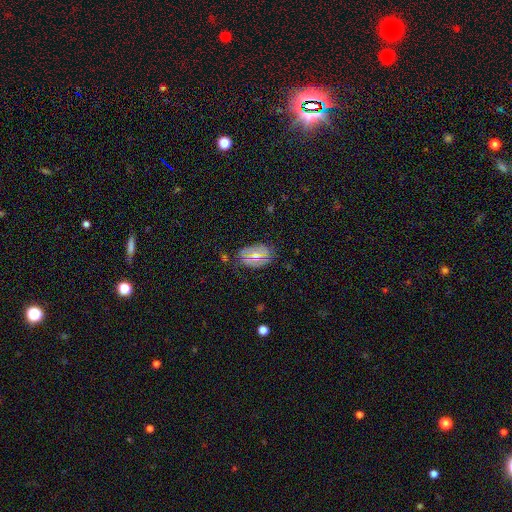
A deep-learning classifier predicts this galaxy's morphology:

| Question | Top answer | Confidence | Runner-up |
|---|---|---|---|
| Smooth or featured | featured or disk | 55% | smooth (37%) |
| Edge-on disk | no | 95% | yes (5%) |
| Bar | no | 77% | weak (19%) |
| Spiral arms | yes | 68% | no (32%) |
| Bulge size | moderate | 65% | small (31%) |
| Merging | none | 63% | minor disturbance (27%) |